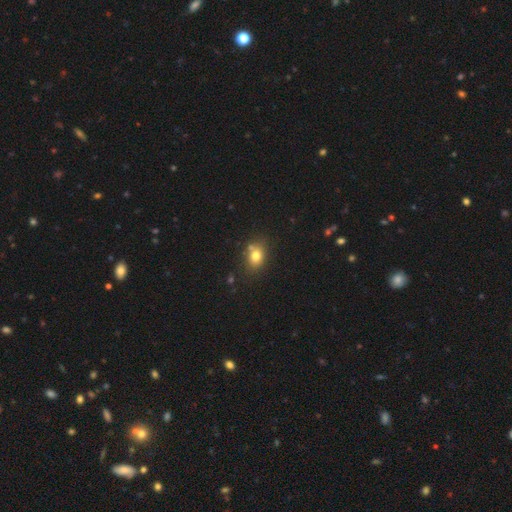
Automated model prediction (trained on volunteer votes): Q: Smooth or featured?
A: smooth (78%); runner-up: star or artifact (12%)
Q: How rounded?
A: in between (59%); runner-up: round (40%)
Q: Merging?
A: none (68%); runner-up: minor disturbance (17%)